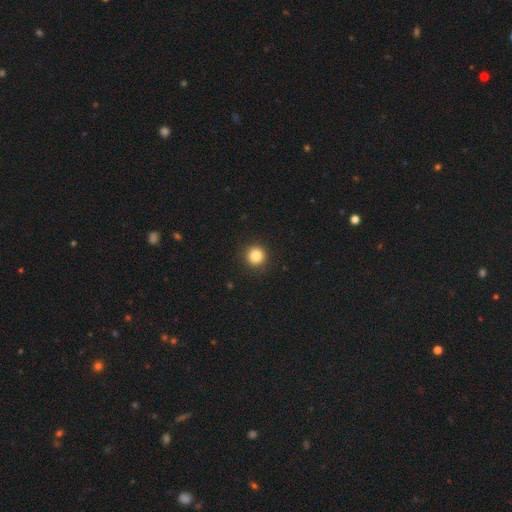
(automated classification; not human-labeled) Smooth or featured? smooth (85%)
How rounded? round (95%)
Merging? none (92%)